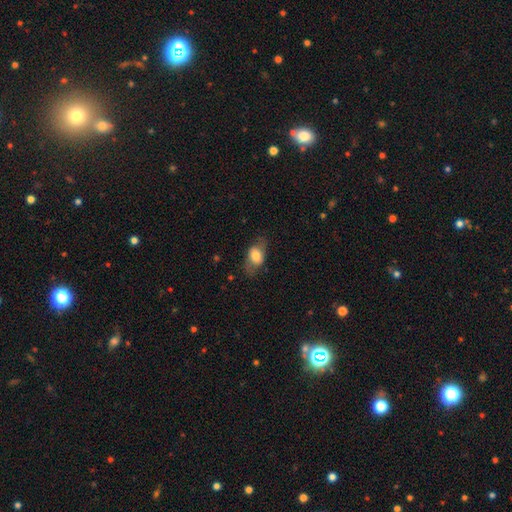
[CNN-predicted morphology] Smooth or featured? smooth (66%)
How rounded? in between (81%)
Merging? none (69%)